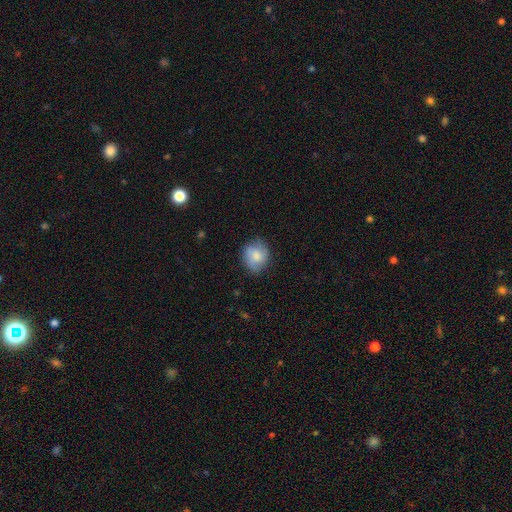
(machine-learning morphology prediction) type=smooth (68%); roundness=round (67%); merging=none (74%).